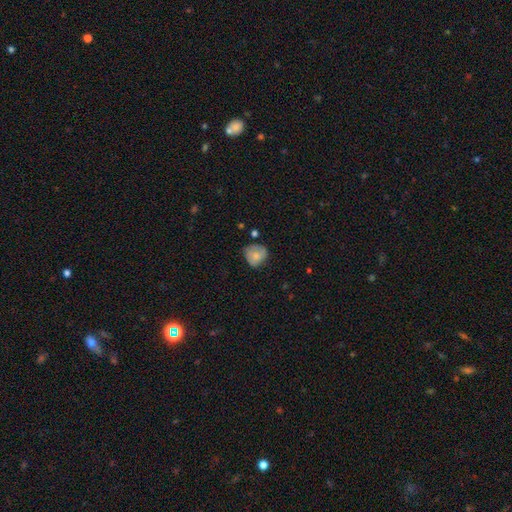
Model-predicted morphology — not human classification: smooth-or-featured: smooth: 69% | featured or disk: 23% | star or artifact: 8%
  how-rounded: round: 73% | in between: 26% | cigar-shaped: 1%
  merging: none: 51% | minor disturbance: 36% | major disturbance: 10% | merger: 3%